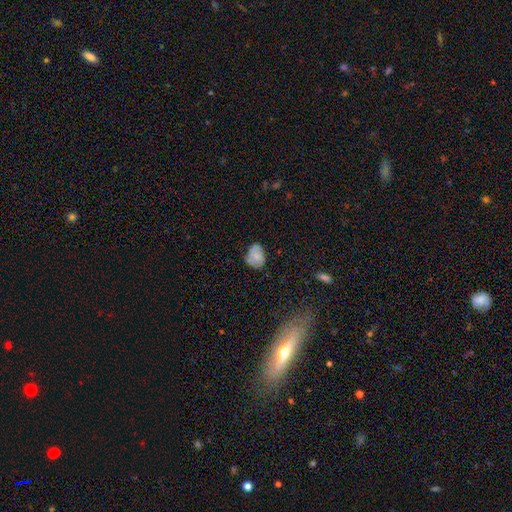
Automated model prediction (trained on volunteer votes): A smooth galaxy with no disk features (60%) that is in between round and cigar-shaped (63%). Merging: none (59%).